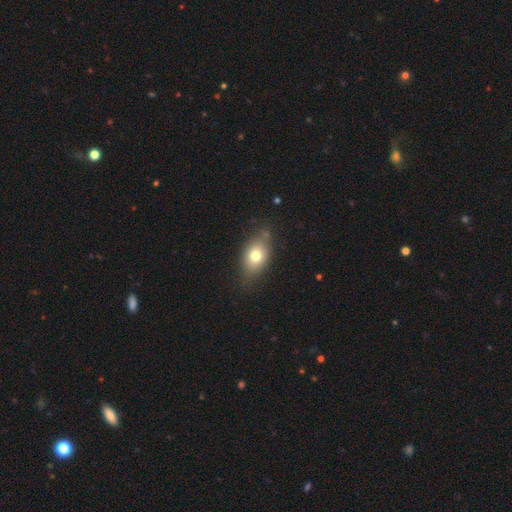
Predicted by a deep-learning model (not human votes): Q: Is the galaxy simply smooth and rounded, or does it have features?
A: smooth — 74%.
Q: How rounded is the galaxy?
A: in between — 80%.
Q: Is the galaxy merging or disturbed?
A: none — 74%.